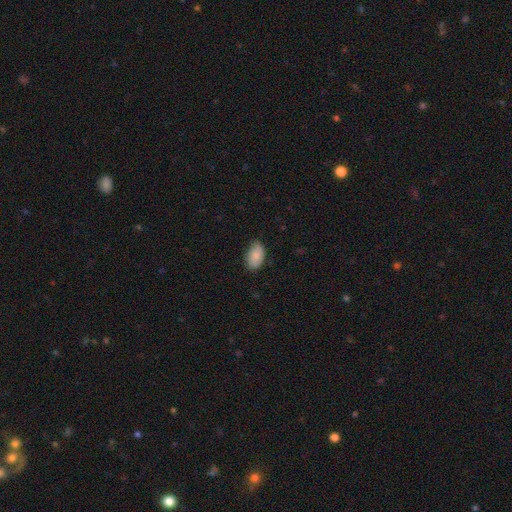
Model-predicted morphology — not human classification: Smooth or featured?
  - smooth: 83% *
  - featured or disk: 11%
  - star or artifact: 7%
How rounded?
  - in between: 92% *
  - round: 6%
  - cigar-shaped: 1%
Merging?
  - none: 70% *
  - minor disturbance: 25%
  - major disturbance: 4%
  - merger: 1%